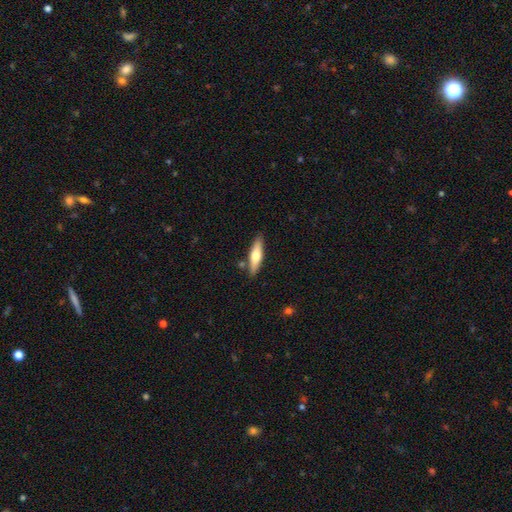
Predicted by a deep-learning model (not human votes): This is possibly a smooth galaxy (56%). How rounded: likely cigar-shaped (70%). Merging: clearly none (83%).